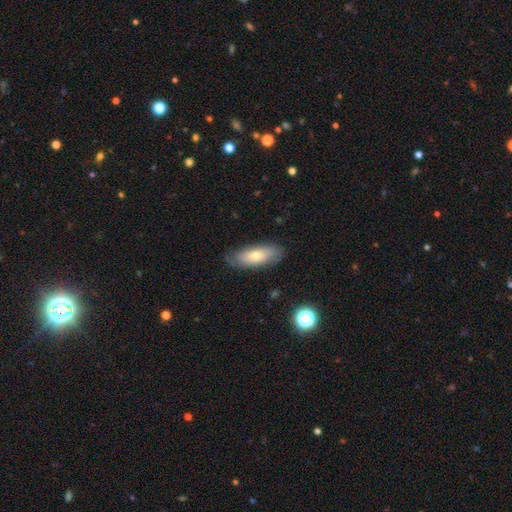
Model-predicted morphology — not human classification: This appears to be a smooth galaxy with no disk features (63%) that is in between round and cigar-shaped (70%). Merging: none (79%).